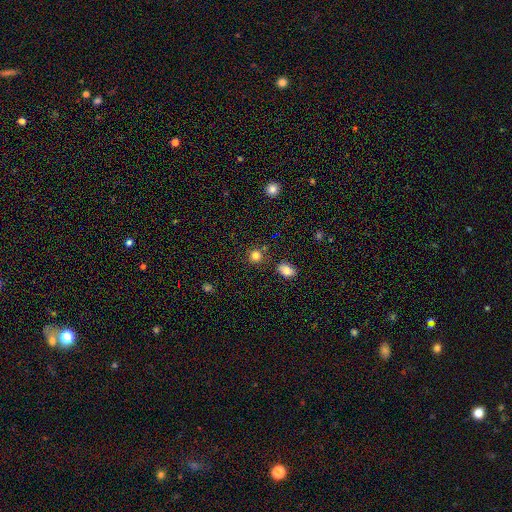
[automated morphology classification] This is clearly a smooth galaxy (82%). How rounded: clearly round (88%). Merging: clearly none (81%).